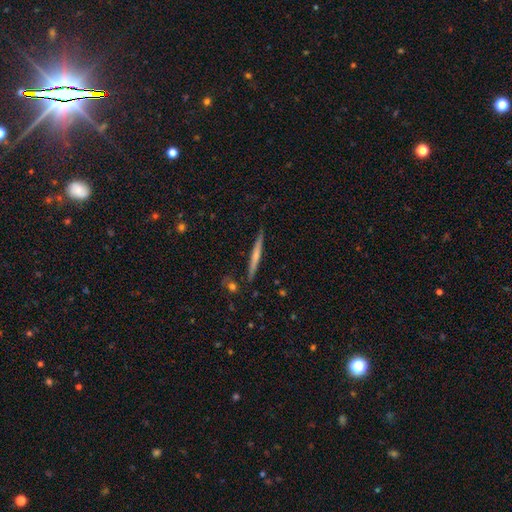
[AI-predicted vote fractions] A featured or disk galaxy (49%).

Vote fractions:
- Smooth or featured? featured or disk: 49% / smooth: 45% / star or artifact: 6%
- Merging? none: 89% / minor disturbance: 8% / merger: 2% / major disturbance: 1%